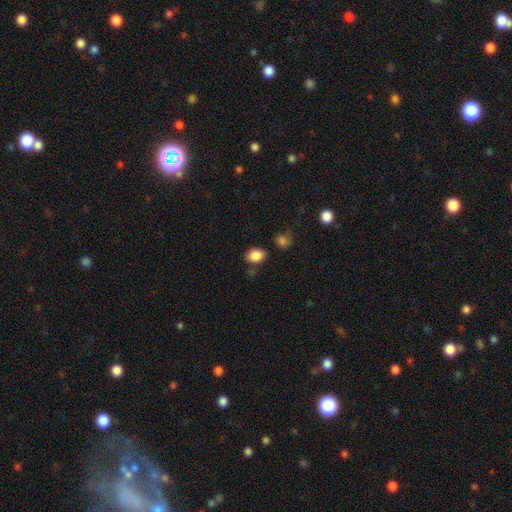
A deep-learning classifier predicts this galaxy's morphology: The model was most divided on "how rounded": in between: 62%, round: 37%, cigar-shaped: 1%. More confident: smooth or featured — smooth (86%); merging — none (74%).